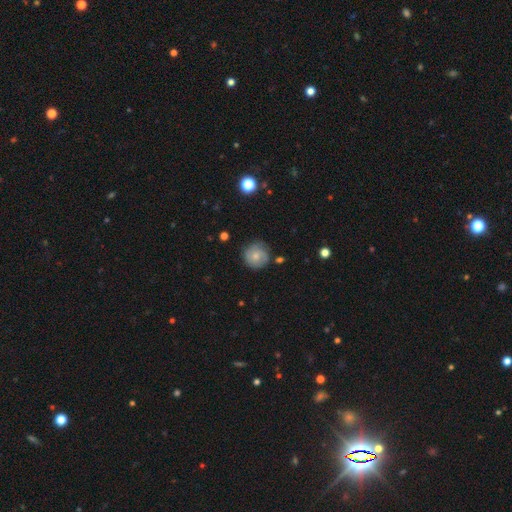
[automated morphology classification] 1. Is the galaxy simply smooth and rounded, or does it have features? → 54% smooth, 38% featured or disk, 8% star or artifact.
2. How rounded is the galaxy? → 92% round, 7% in between, 1% cigar-shaped.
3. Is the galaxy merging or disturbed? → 74% none, 19% minor disturbance, 5% major disturbance, 2% merger.